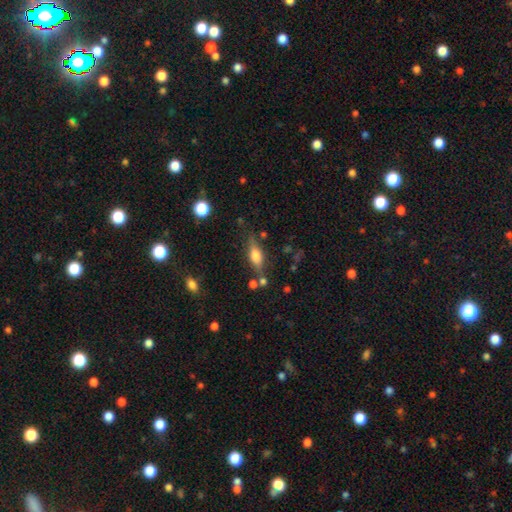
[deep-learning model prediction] This is possibly a smooth galaxy (52%). How rounded: possibly in between (60%). Merging: likely none (71%).